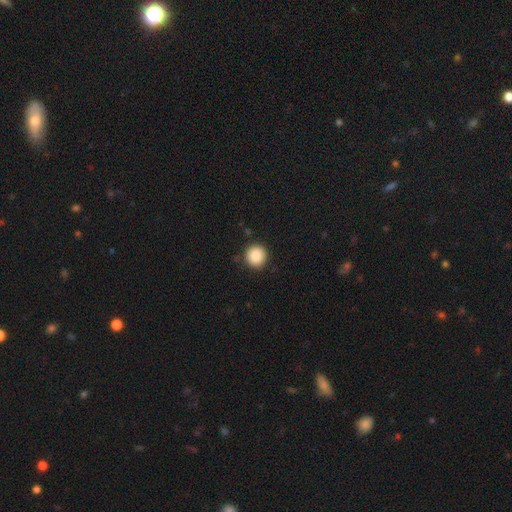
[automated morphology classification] Smooth or featured? smooth (88%)
How rounded? round (94%)
Merging? none (89%)